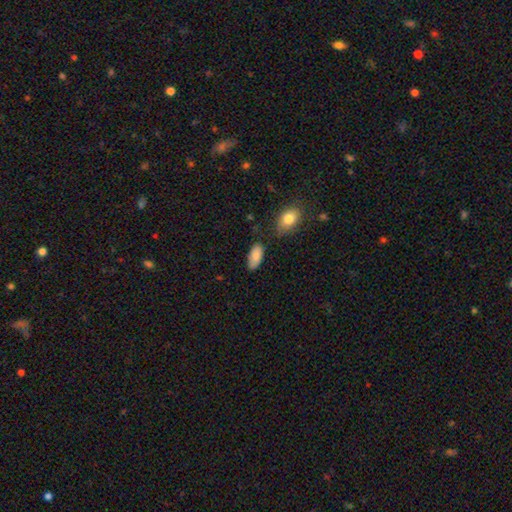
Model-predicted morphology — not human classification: smooth-or-featured: smooth: 86% | featured or disk: 8% | star or artifact: 7%
  how-rounded: in between: 93% | cigar-shaped: 5% | round: 2%
  merging: none: 73% | minor disturbance: 19% | merger: 5% | major disturbance: 4%